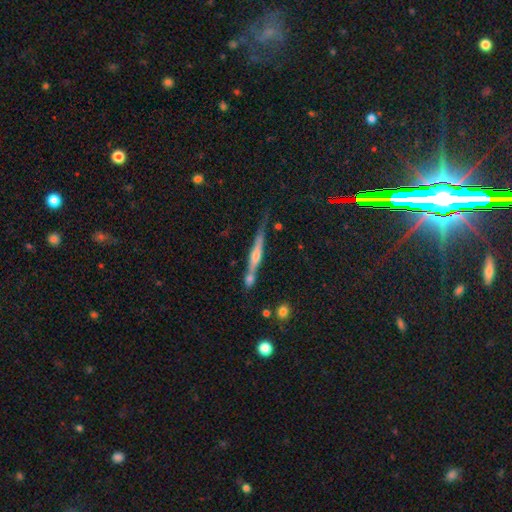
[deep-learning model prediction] smooth-or-featured: featured or disk: 70% | smooth: 19% | star or artifact: 11%
  disk-edge-on: yes: 96% | no: 4%
    edge-on-bulge: rounded: 74% | none: 15% | boxy: 11%
  merging: none: 68% | minor disturbance: 16% | merger: 12% | major disturbance: 4%